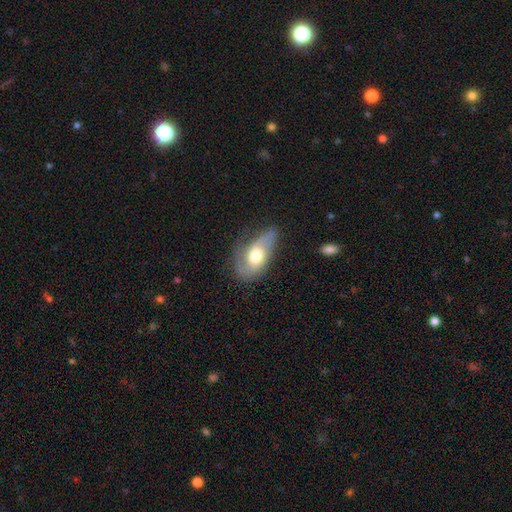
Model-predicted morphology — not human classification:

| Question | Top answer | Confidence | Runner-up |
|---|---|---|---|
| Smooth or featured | featured or disk | 56% | smooth (37%) |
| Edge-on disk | no | 90% | yes (10%) |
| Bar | no | 71% | weak (24%) |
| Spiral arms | yes | 79% | no (21%) |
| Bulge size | moderate | 66% | large (20%) |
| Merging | none | 49% | minor disturbance (32%) |